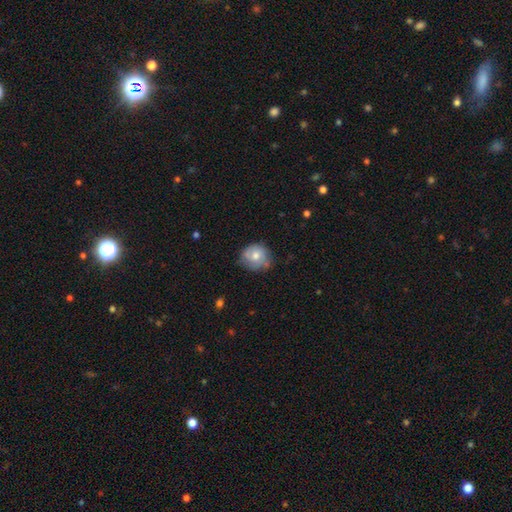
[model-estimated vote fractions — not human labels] Overall: smooth (59%; featured or disk 34%). How rounded: round (79%). Merging: none (62%; minor disturbance 28%).